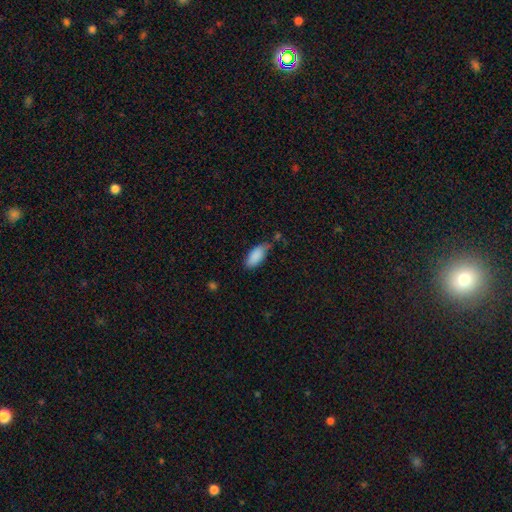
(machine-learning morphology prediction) Smooth or featured: smooth — 88% (star or artifact — 7%)
How rounded: in between — 91% (cigar-shaped — 7%)
Merging: none — 56% (minor disturbance — 32%)